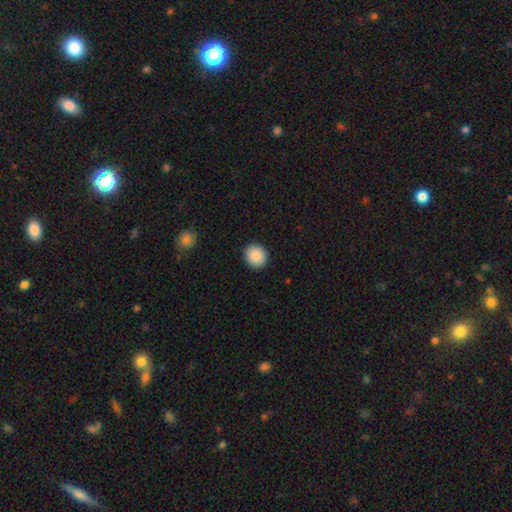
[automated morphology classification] Smooth or featured? smooth (88%)
How rounded? round (83%)
Merging? none (92%)